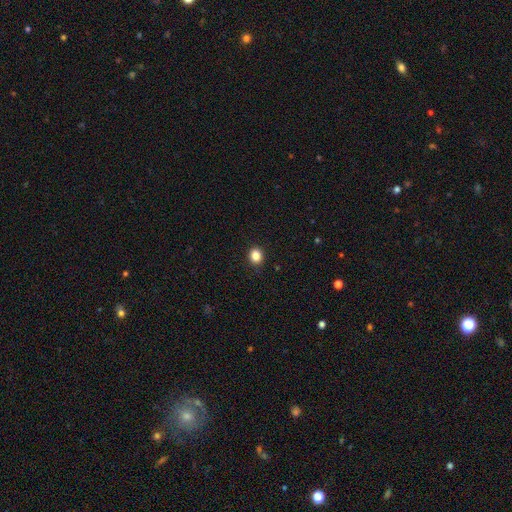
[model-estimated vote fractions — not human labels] A smooth galaxy with no disk features (85%) that is round (73%).

Vote fractions:
- Smooth or featured? smooth: 85% / star or artifact: 11% / featured or disk: 4%
- How rounded? round: 73% / in between: 26% / cigar-shaped: 1%
- Merging? none: 91% / minor disturbance: 6% / major disturbance: 2% / merger: 1%